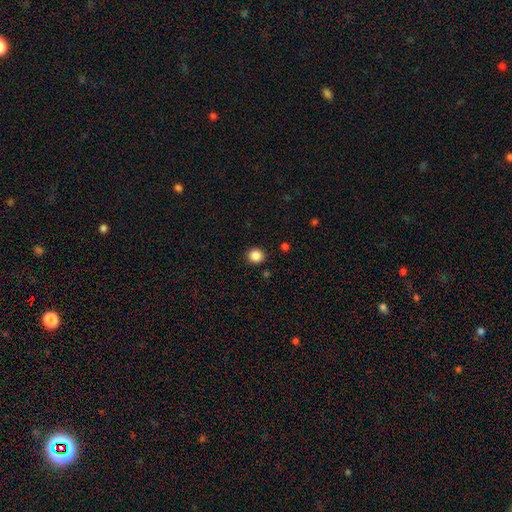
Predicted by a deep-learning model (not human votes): Smooth or featured? Predicted: smooth (p=0.87). How rounded? Predicted: round (p=0.86). Merging? Predicted: none (p=0.90).